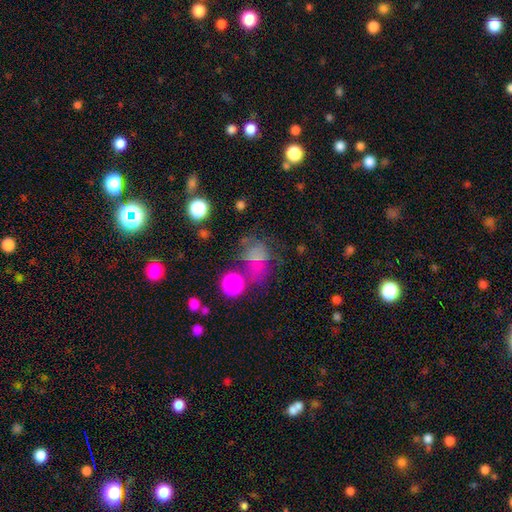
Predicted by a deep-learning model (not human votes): The model was most divided on "smooth or featured": smooth: 55%, star or artifact: 30%, featured or disk: 16%. More confident: how rounded — round (62%); merging — none (51%).